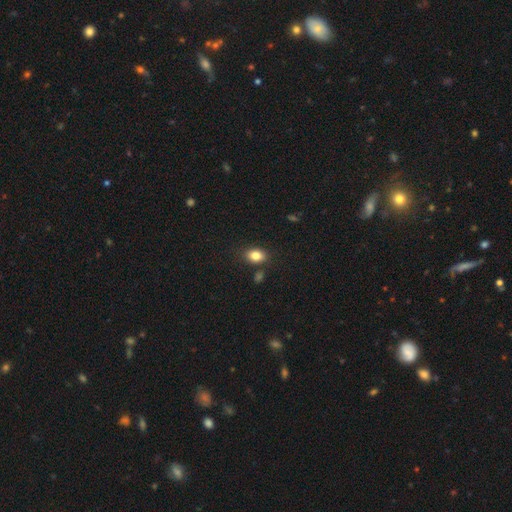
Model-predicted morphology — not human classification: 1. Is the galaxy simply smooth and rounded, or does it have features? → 83% smooth, 10% star or artifact, 7% featured or disk.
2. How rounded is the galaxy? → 77% in between, 21% round, 1% cigar-shaped.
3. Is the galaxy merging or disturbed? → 81% none, 11% minor disturbance, 5% merger, 3% major disturbance.